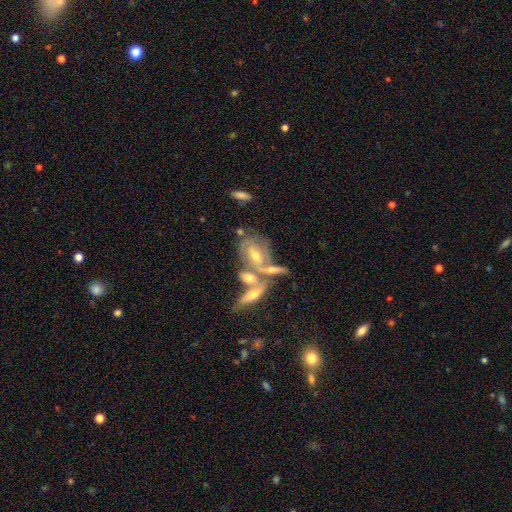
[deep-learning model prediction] This is likely a featured or disk galaxy (67%). It is clearly not viewed edge-on (87%). Bar: possibly no (54%). Spiral arm pattern: likely yes (72%). Central bulge: possibly moderate (51%). Merging: possibly merger (49%).